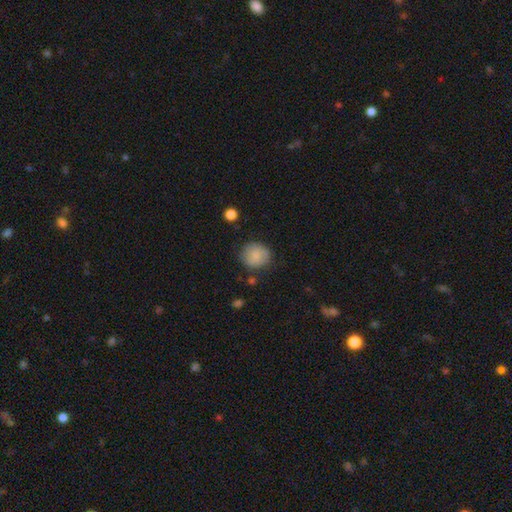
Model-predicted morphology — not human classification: Q: Smooth or featured?
A: smooth (82%); runner-up: featured or disk (10%)
Q: How rounded?
A: round (82%); runner-up: in between (17%)
Q: Merging?
A: none (77%); runner-up: minor disturbance (17%)